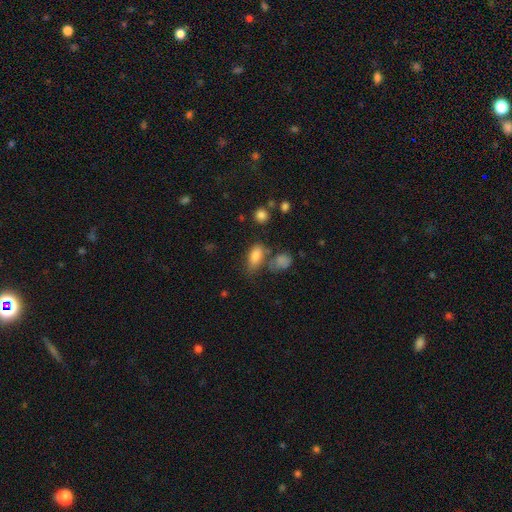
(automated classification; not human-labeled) Smooth or featured: smooth — 81% (star or artifact — 10%)
How rounded: in between — 85% (cigar-shaped — 8%)
Merging: none — 54% (minor disturbance — 19%)